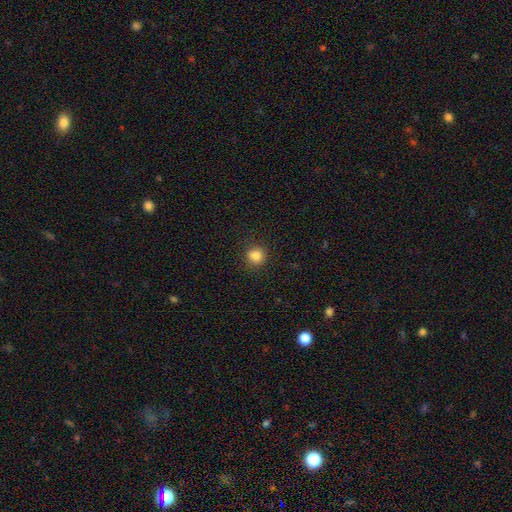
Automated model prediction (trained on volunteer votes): This is clearly a smooth galaxy (84%). How rounded: clearly round (87%). Merging: clearly none (88%).